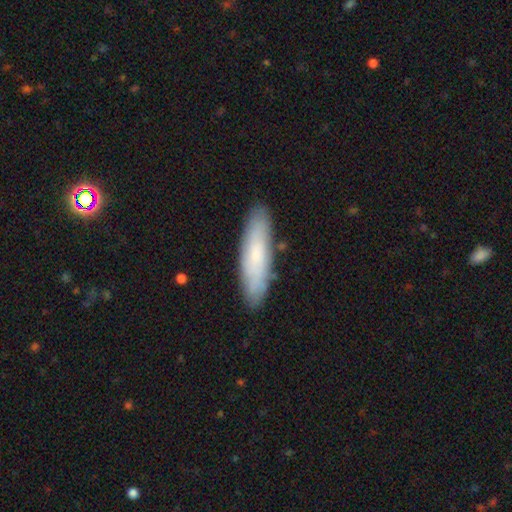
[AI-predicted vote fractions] Smooth or featured: smooth — 64% (featured or disk — 29%)
How rounded: cigar-shaped — 65% (in between — 33%)
Merging: none — 85% (minor disturbance — 11%)